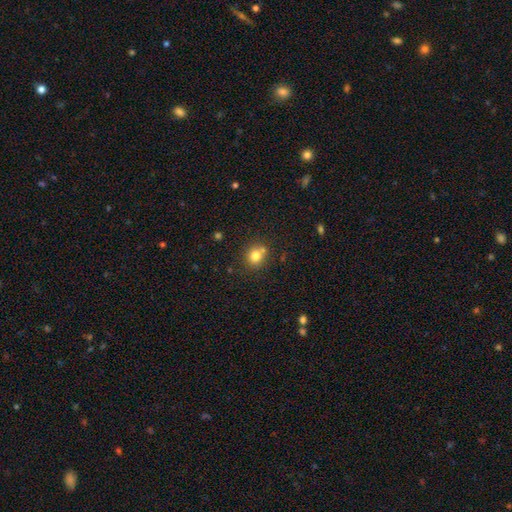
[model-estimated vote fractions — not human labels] smooth-or-featured: smooth: 78% | star or artifact: 13% | featured or disk: 8%
  how-rounded: round: 86% | in between: 14% | cigar-shaped: 1%
  merging: none: 68% | merger: 19% | minor disturbance: 10% | major disturbance: 3%